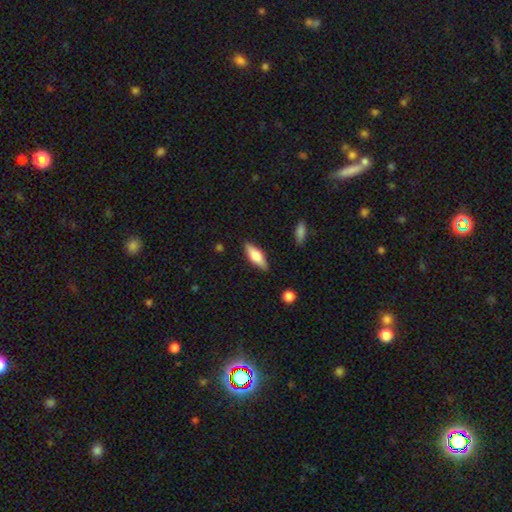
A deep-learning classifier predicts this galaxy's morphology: Smooth or featured: smooth — 59% (featured or disk — 35%)
How rounded: in between — 59% (cigar-shaped — 38%)
Merging: none — 86% (minor disturbance — 10%)